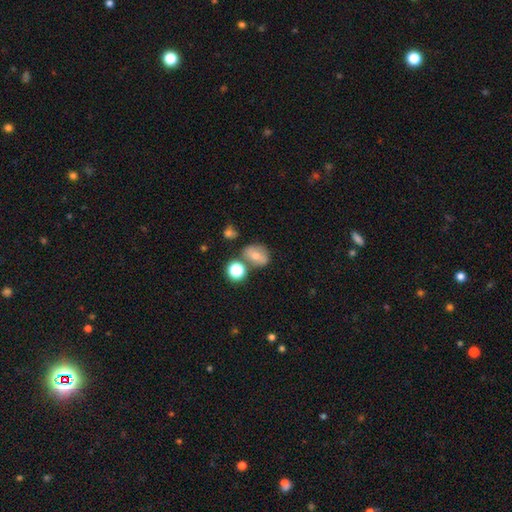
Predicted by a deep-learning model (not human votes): smooth-or-featured: smooth: 57% | featured or disk: 29% | star or artifact: 14%
  how-rounded: round: 52% | in between: 47% | cigar-shaped: 1%
  merging: none: 61% | merger: 17% | minor disturbance: 16% | major disturbance: 6%